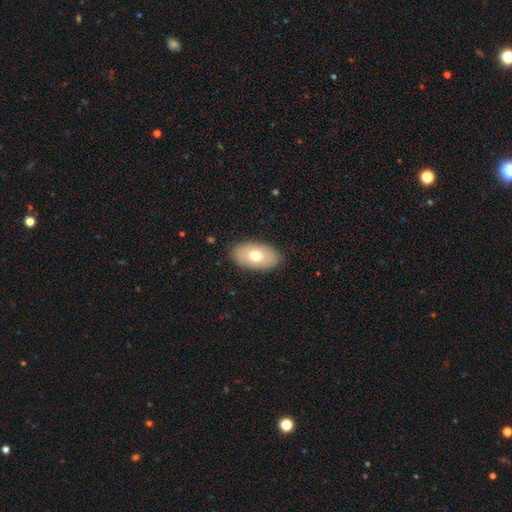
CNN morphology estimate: The model was most divided on "smooth or featured": smooth: 70%, featured or disk: 24%, star or artifact: 7%. More confident: how rounded — in between (94%); merging — none (87%).